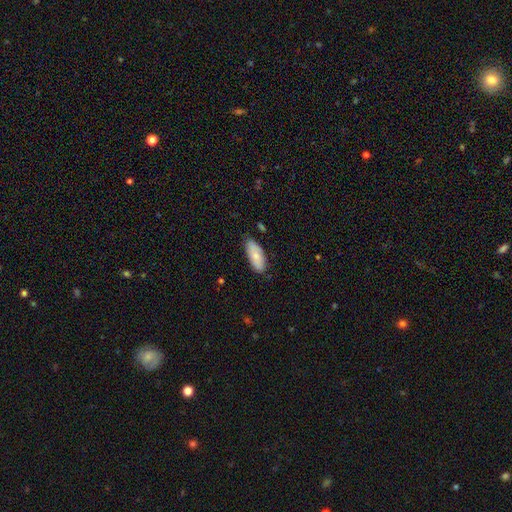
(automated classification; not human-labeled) Smooth or featured? smooth (75%)
How rounded? in between (84%)
Merging? none (77%)